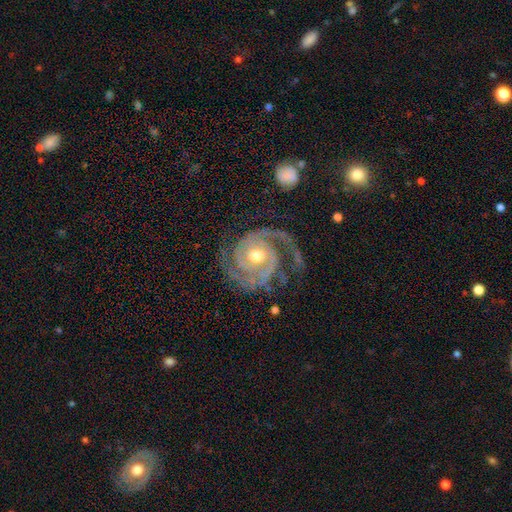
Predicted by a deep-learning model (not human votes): Overall: featured or disk (93%). Edge-on disk: no (98%). Bar: no (61%; weak 27%). Spiral arms: yes (98%). Spiral arm count: 2 (80%). Spiral winding: tight (60%; medium 33%). Bulge size: moderate (74%). Merging: none (71%).